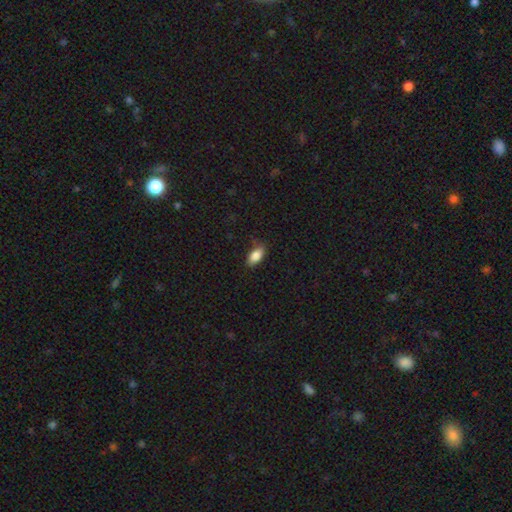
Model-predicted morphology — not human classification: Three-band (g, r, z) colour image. It shows a smooth galaxy with no disk features (86%) that is in between round and cigar-shaped (90%). Merging: none (78%).